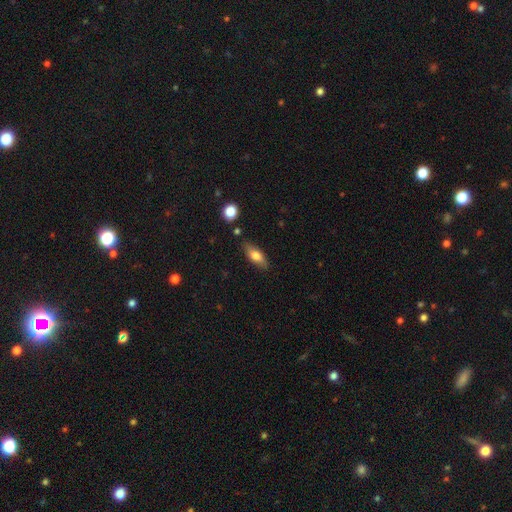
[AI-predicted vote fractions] A smooth galaxy with no disk features (73%) that is in between round and cigar-shaped (73%). Merging: none (79%).